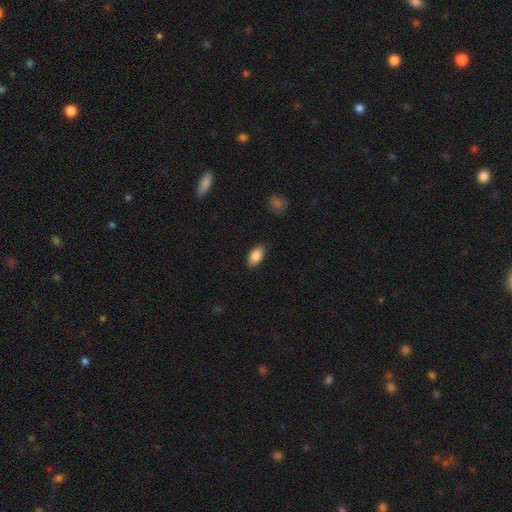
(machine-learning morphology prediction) Smooth or featured: smooth — 86% (star or artifact — 7%)
How rounded: in between — 93% (round — 4%)
Merging: none — 86% (minor disturbance — 11%)